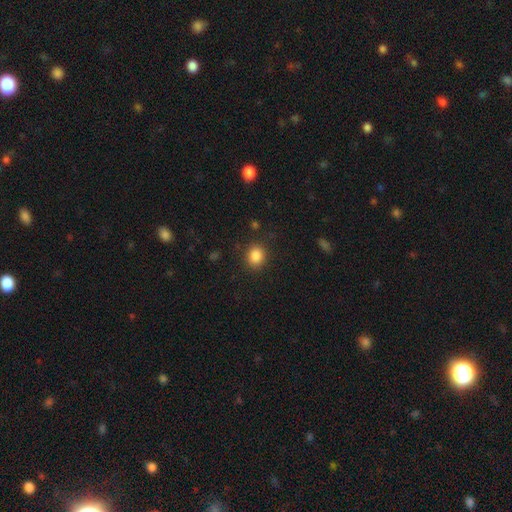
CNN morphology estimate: smooth-or-featured: smooth: 85% | star or artifact: 10% | featured or disk: 5%
  how-rounded: round: 71% | in between: 28% | cigar-shaped: 1%
  merging: none: 87% | minor disturbance: 9% | major disturbance: 3% | merger: 1%